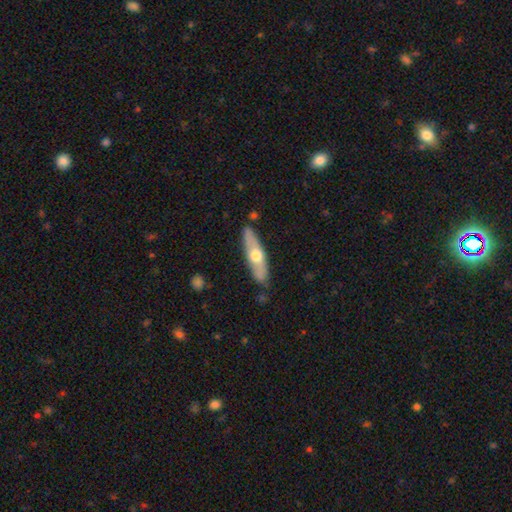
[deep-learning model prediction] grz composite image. It shows a featured or disk galaxy (48%). Merging: none (83%).